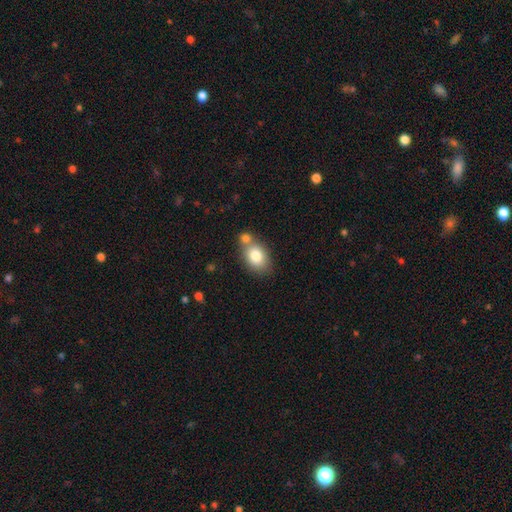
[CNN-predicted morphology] Smooth or featured: smooth — 80% (featured or disk — 12%)
How rounded: in between — 76% (round — 23%)
Merging: none — 49% (merger — 35%)